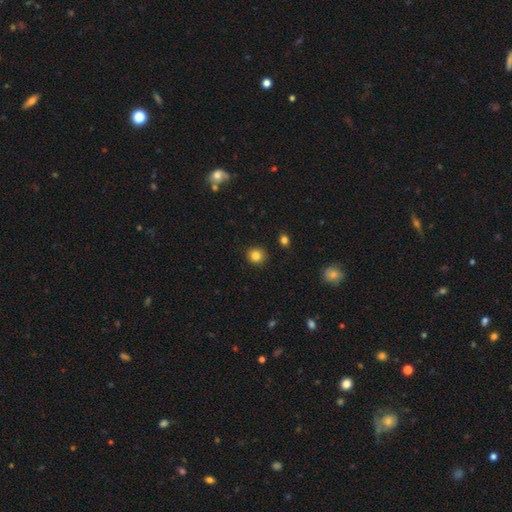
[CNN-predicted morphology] A smooth galaxy with no disk features (84%) that is round (91%).

Vote fractions:
- Smooth or featured? smooth: 84% / star or artifact: 11% / featured or disk: 5%
- How rounded? round: 91% / in between: 8% / cigar-shaped: 1%
- Merging? none: 90% / minor disturbance: 7% / major disturbance: 2% / merger: 1%